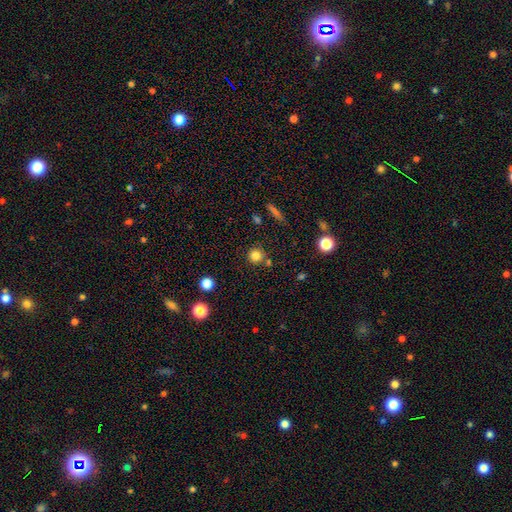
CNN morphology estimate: Smooth or featured?
  - smooth: 80% *
  - star or artifact: 13%
  - featured or disk: 7%
How rounded?
  - round: 93% *
  - in between: 6%
  - cigar-shaped: 1%
Merging?
  - none: 79% *
  - merger: 10%
  - minor disturbance: 9%
  - major disturbance: 3%